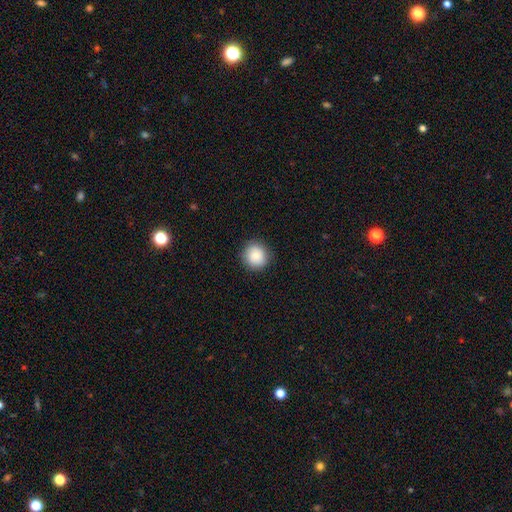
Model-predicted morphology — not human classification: Smooth or featured? Predicted: smooth (p=0.87). How rounded? Predicted: round (p=0.90). Merging? Predicted: none (p=0.89).